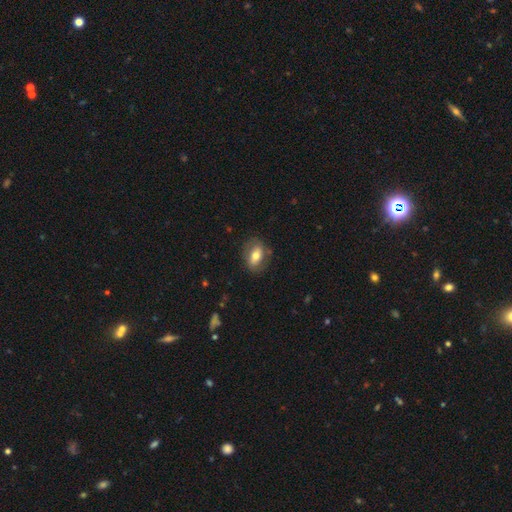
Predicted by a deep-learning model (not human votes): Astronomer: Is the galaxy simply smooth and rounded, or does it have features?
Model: smooth — 64%.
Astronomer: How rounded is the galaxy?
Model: in between — 81%.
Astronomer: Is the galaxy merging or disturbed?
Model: none — 79%.